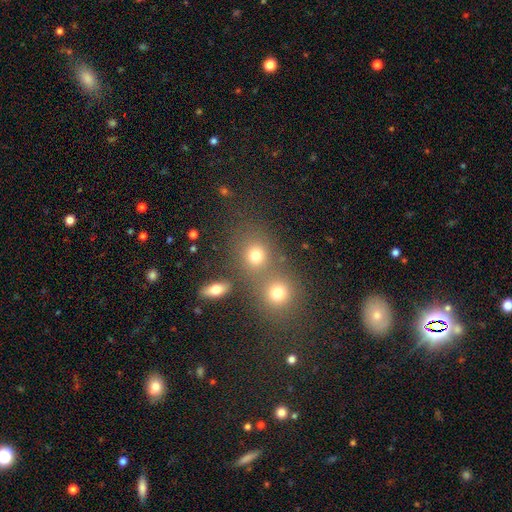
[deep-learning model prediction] Morphology: type=smooth (75%); roundness=round (71%); merging=none (51%).